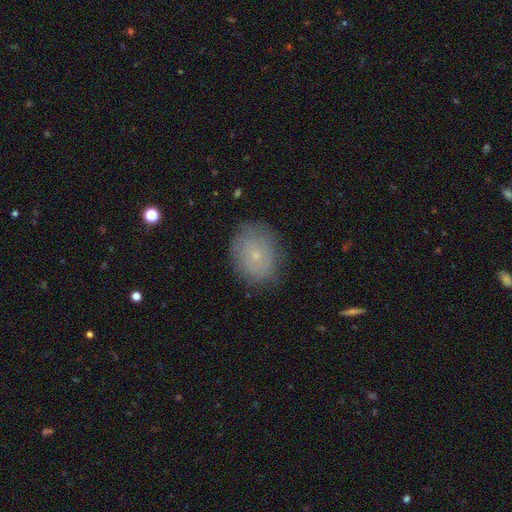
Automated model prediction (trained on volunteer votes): Smooth or featured? Predicted: smooth (p=0.62). How rounded? Predicted: in between (p=0.53). Merging? Predicted: none (p=0.78).